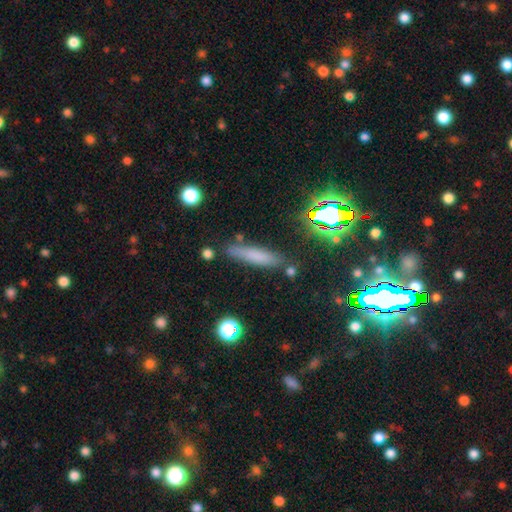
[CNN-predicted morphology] A smooth galaxy with no disk features (68%) that is cigar-shaped (82%). Merging: none (79%).